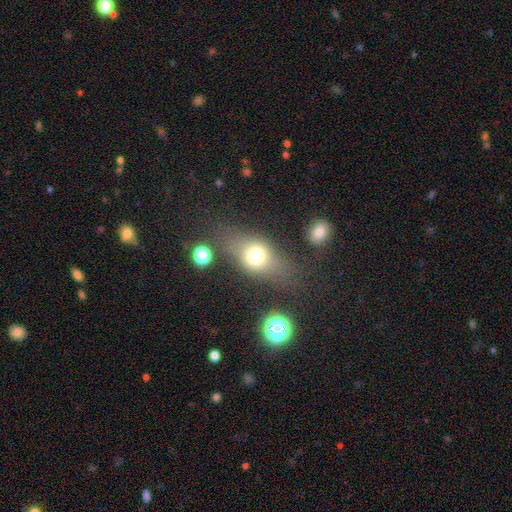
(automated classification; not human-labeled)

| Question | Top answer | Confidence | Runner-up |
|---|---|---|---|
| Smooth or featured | smooth | 66% | featured or disk (20%) |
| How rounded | in between | 57% | round (36%) |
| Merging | none | 59% | minor disturbance (20%) |